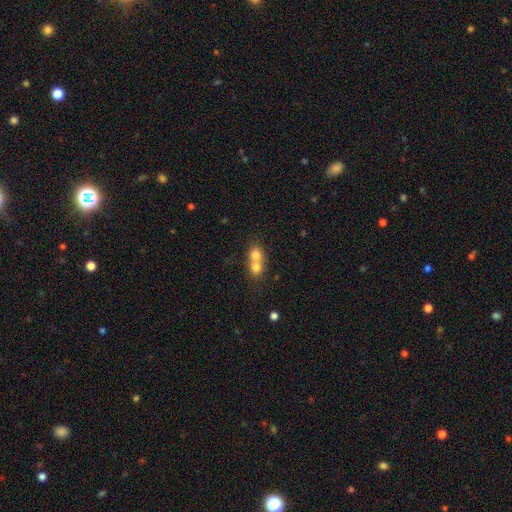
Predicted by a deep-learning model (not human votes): smooth_or_featured: smooth (p=0.72) [alt: featured or disk p=0.18]
how_rounded: round (p=0.72) [alt: in between p=0.27]
merging: merger (p=0.73) [alt: none p=0.21]